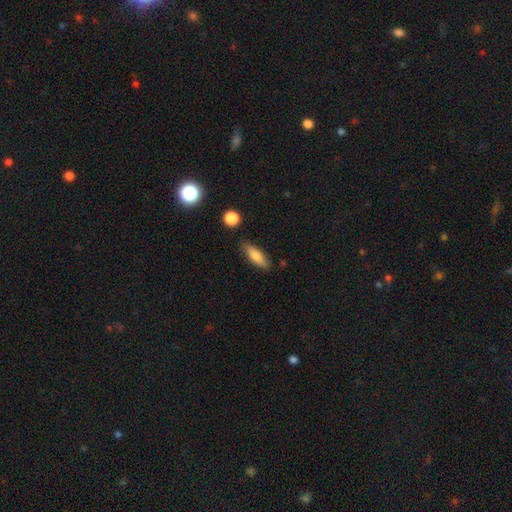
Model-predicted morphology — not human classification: A smooth galaxy with no disk features (74%) that is cigar-shaped (50%). Merging: none (83%).